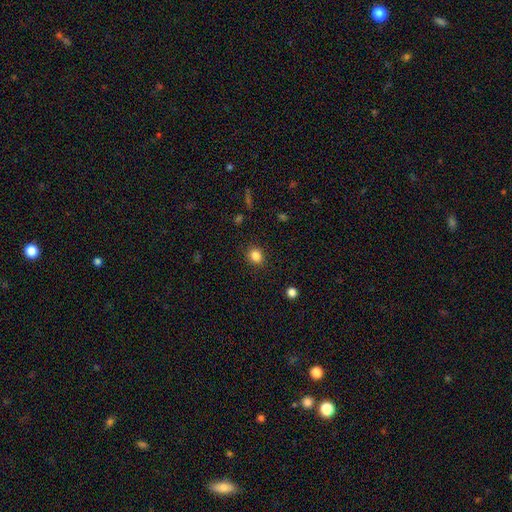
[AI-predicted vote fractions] smooth_or_featured: smooth (p=0.84) [alt: star or artifact p=0.11]
how_rounded: round (p=0.69) [alt: in between p=0.30]
merging: none (p=0.88) [alt: minor disturbance p=0.08]